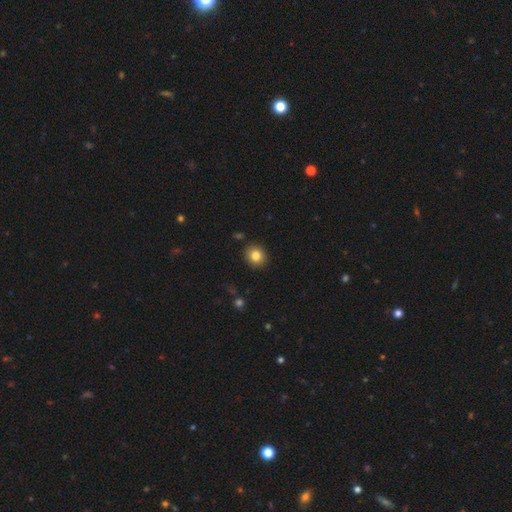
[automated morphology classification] A smooth galaxy with no disk features (83%) that is round (79%). Merging: none (90%).